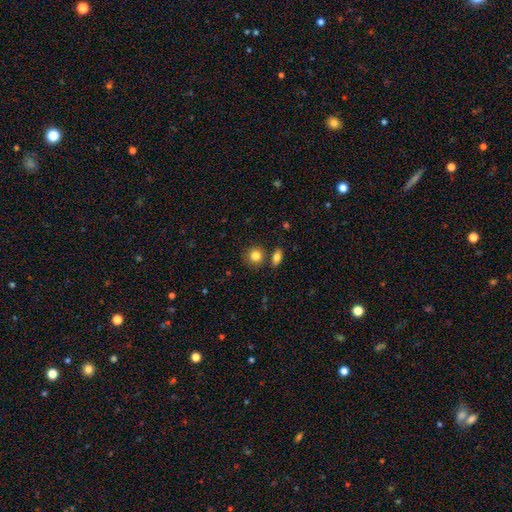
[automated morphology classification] Q: Smooth or featured?
A: smooth (83%); runner-up: star or artifact (10%)
Q: How rounded?
A: round (84%); runner-up: in between (15%)
Q: Merging?
A: none (75%); runner-up: merger (13%)